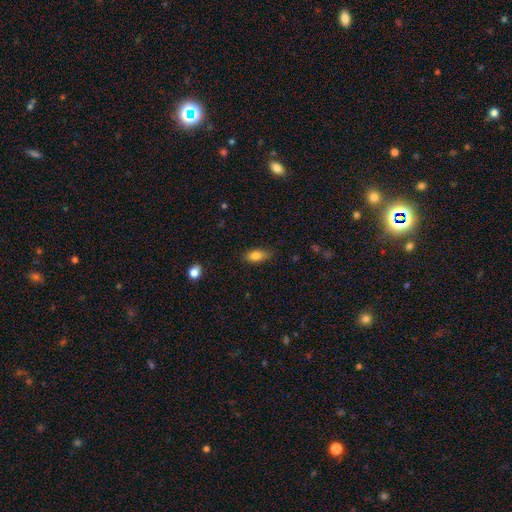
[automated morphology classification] smooth 81%, featured or disk 10%, star or artifact 8%. Down the decision tree: how rounded — in between (85%); merging — none (77%).